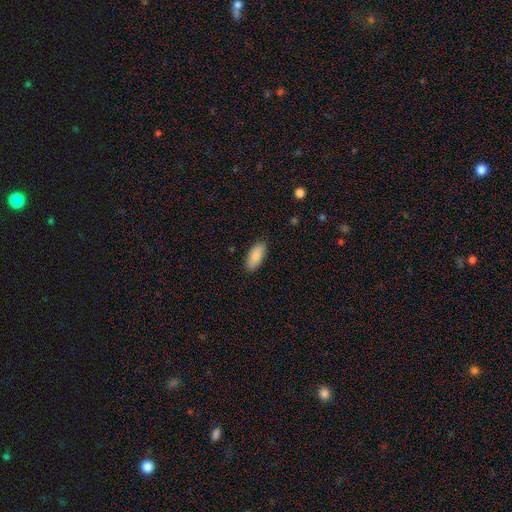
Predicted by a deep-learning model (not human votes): Morphology: type=smooth (88%); roundness=in between (85%); merging=none (87%).